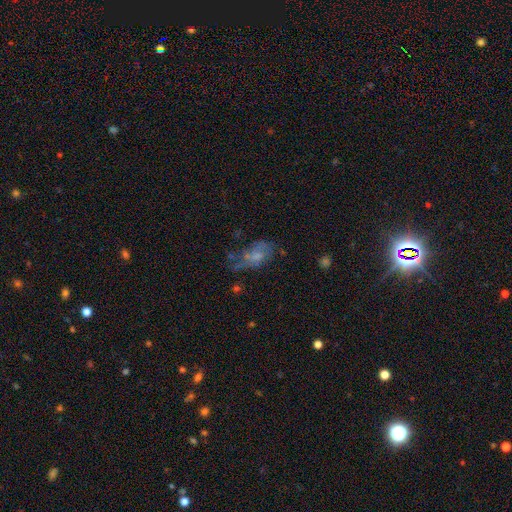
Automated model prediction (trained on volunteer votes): Smooth or featured? Predicted: featured or disk (p=0.43, tied with smooth). Merging? Predicted: none (p=0.36).